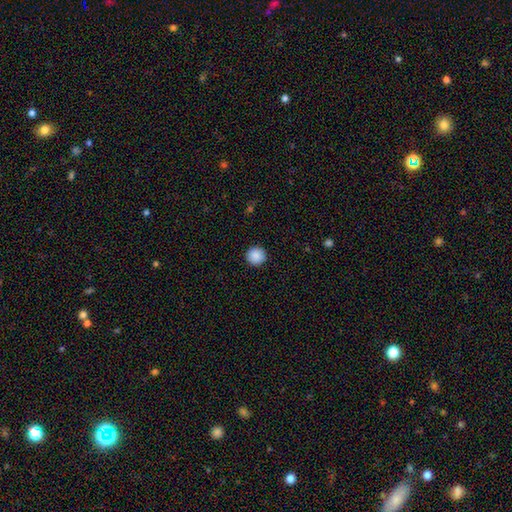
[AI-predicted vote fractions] Smooth or featured? smooth (89%)
How rounded? round (95%)
Merging? none (93%)